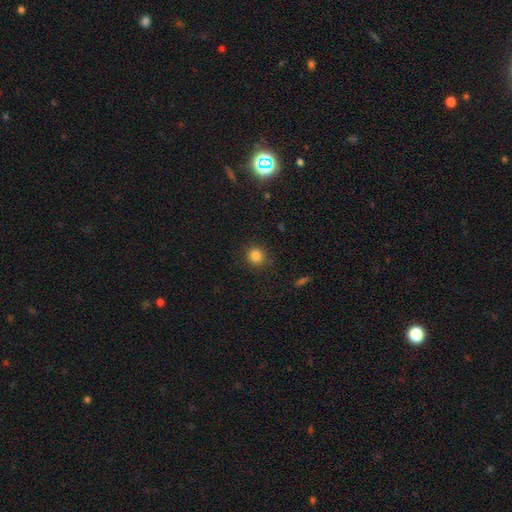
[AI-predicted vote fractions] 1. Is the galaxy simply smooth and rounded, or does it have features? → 84% smooth, 12% star or artifact, 5% featured or disk.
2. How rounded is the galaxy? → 87% round, 12% in between, 1% cigar-shaped.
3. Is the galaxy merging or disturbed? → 87% none, 9% minor disturbance, 3% major disturbance, 1% merger.